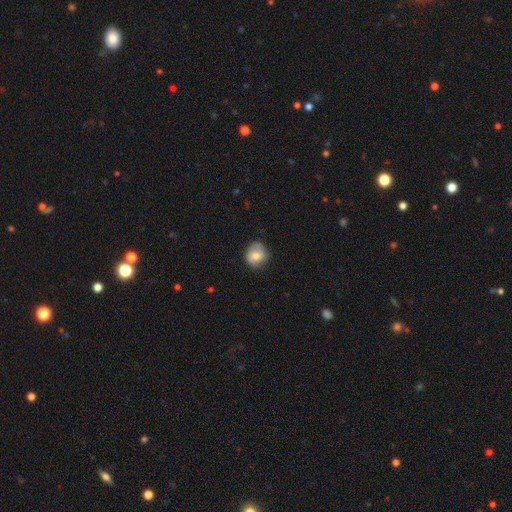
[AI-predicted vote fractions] Morphology: type=smooth (73%); roundness=round (78%); merging=none (74%).